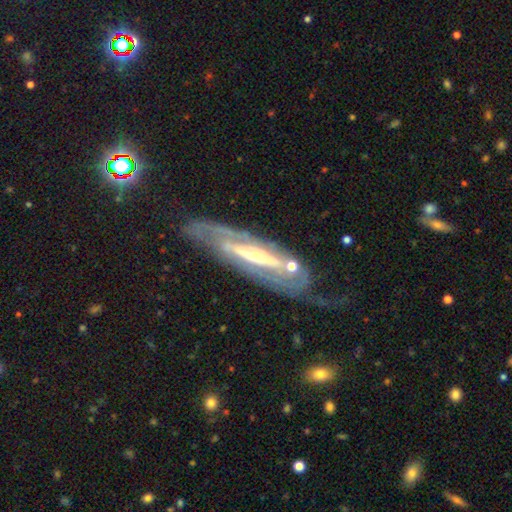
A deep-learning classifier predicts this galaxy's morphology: A featured or disk galaxy (85%) with a strong bar (48%), 2 (60%) tight (46%) spiral arms (85%) and a small central bulge (55%).

Vote fractions:
- Smooth or featured? featured or disk: 85% / smooth: 9% / star or artifact: 6%
- Edge-on disk? no: 72% / yes: 28%
- Bar? strong: 48% / weak: 27% / no: 25%
- Spiral arms? yes: 85% / no: 15%
- Spiral winding? tight: 46% / medium: 37% / loose: 17%
- Spiral arm count? 2: 60% / can't tell: 27% / 1: 5% / 3: 4% / 4: 2% / more than 4: 2%
- Bulge size? small: 55% / moderate: 38% / large: 4% / none: 2% / dominant: 1%
- Merging? none: 59% / minor disturbance: 21% / major disturbance: 15% / merger: 5%